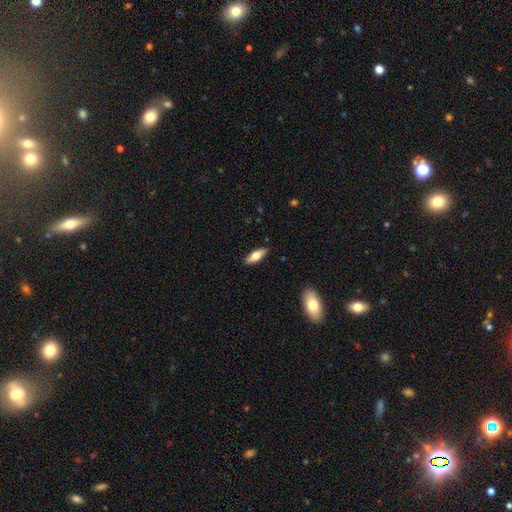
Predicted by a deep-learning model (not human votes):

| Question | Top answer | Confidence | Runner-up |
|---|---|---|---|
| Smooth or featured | smooth | 59% | featured or disk (36%) |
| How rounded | in between | 61% | cigar-shaped (36%) |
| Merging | none | 88% | minor disturbance (9%) |